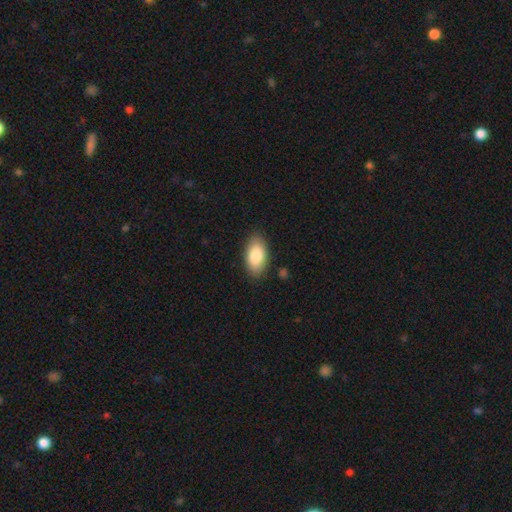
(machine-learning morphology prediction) smooth_or_featured: smooth (p=0.85) [alt: featured or disk p=0.09]
how_rounded: in between (p=0.94) [alt: round p=0.03]
merging: none (p=0.85) [alt: minor disturbance p=0.11]